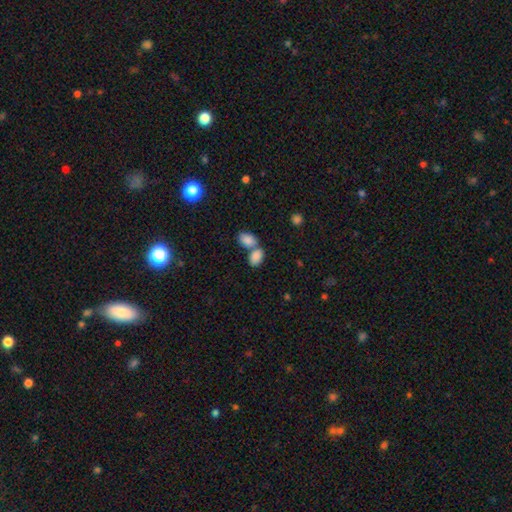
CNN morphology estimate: smooth-or-featured: smooth: 86% | star or artifact: 8% | featured or disk: 7%
  how-rounded: in between: 90% | round: 9% | cigar-shaped: 1%
  merging: merger: 55% | none: 33% | minor disturbance: 8% | major disturbance: 3%